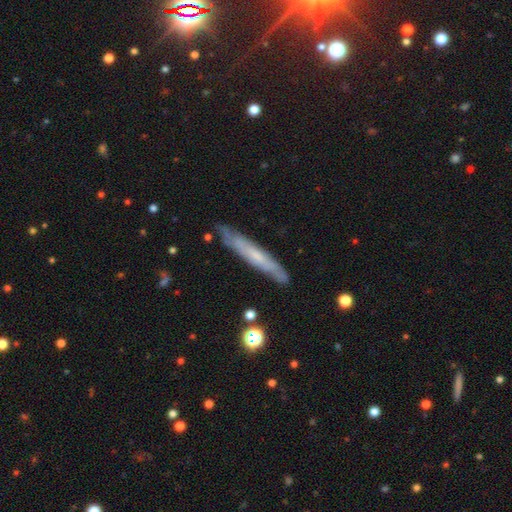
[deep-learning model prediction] smooth-or-featured: featured or disk: 56% | smooth: 37% | star or artifact: 7%
  disk-edge-on: yes: 75% | no: 25%
  merging: none: 82% | minor disturbance: 13% | major disturbance: 2% | merger: 2%